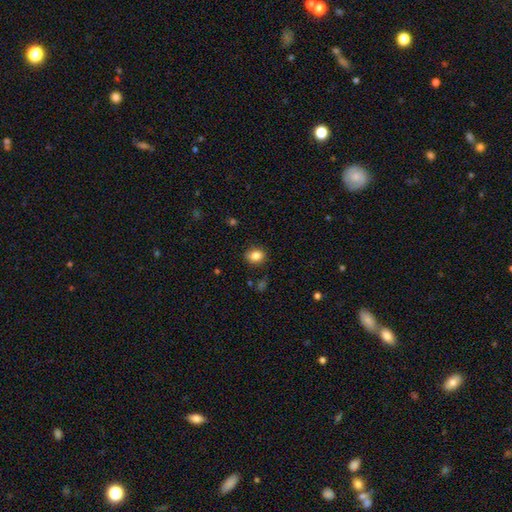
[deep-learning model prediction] This appears to be a smooth galaxy with no disk features (85%) that is in between round and cigar-shaped (53%). Merging: none (85%).